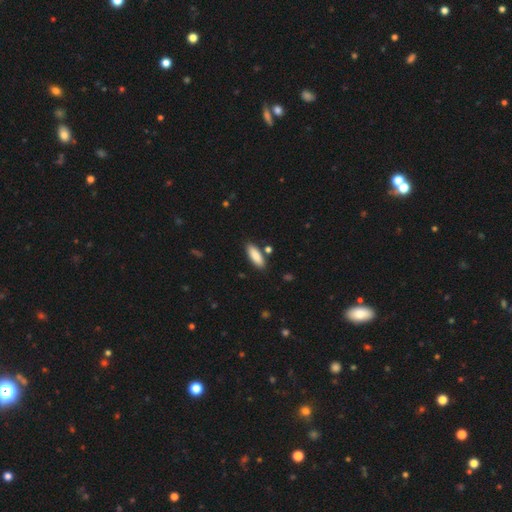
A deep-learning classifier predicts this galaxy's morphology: This is clearly a smooth galaxy (87%). How rounded: likely in between (66%). Merging: clearly none (85%).